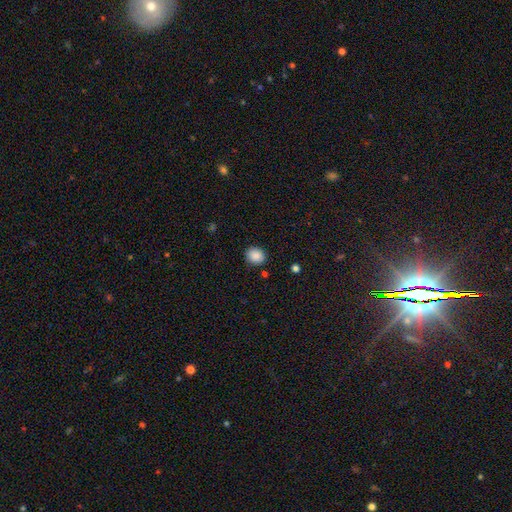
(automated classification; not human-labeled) Smooth or featured? Predicted: smooth (p=0.88). How rounded? Predicted: round (p=0.68). Merging? Predicted: none (p=0.87).